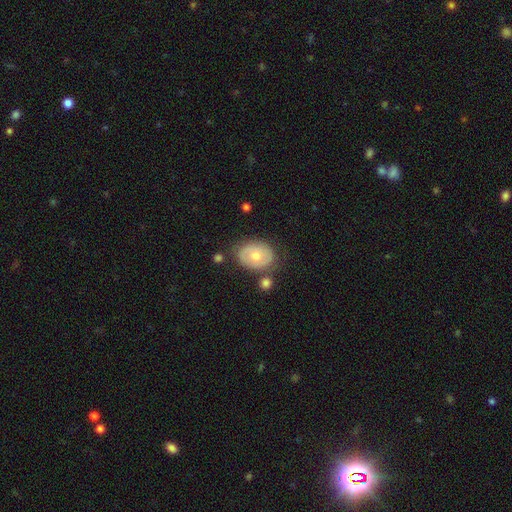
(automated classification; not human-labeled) Smooth or featured?
  - smooth: 47% *
  - featured or disk: 45%
  - star or artifact: 8%
Merging?
  - none: 71% *
  - minor disturbance: 17%
  - merger: 7%
  - major disturbance: 5%